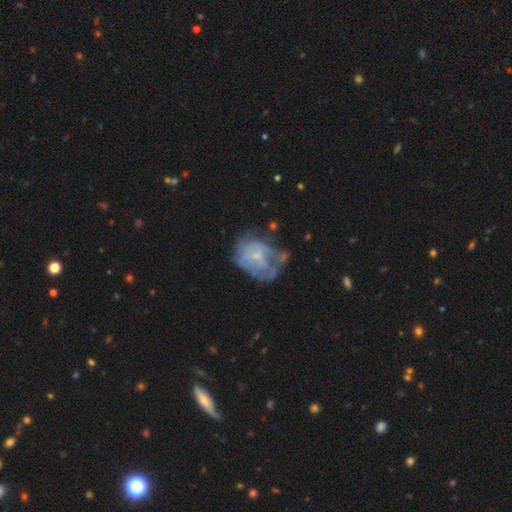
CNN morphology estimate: type=featured or disk (65%); edge-on=no (97%); bar=no (65%); spiral arms=no (56%); bulge=small (51%); merging=none (34%).